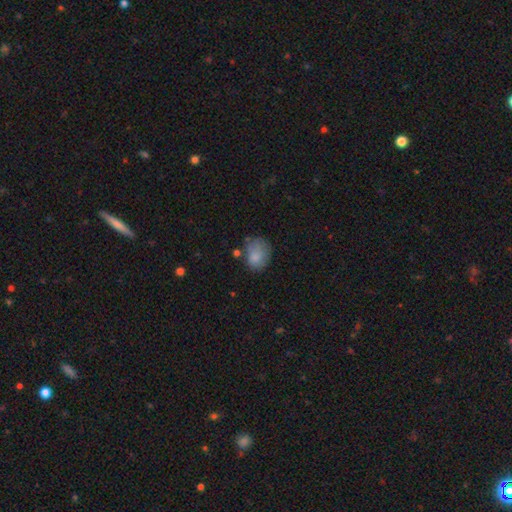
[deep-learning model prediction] Smooth or featured? Predicted: smooth (p=0.80). How rounded? Predicted: in between (p=0.58). Merging? Predicted: none (p=0.56).